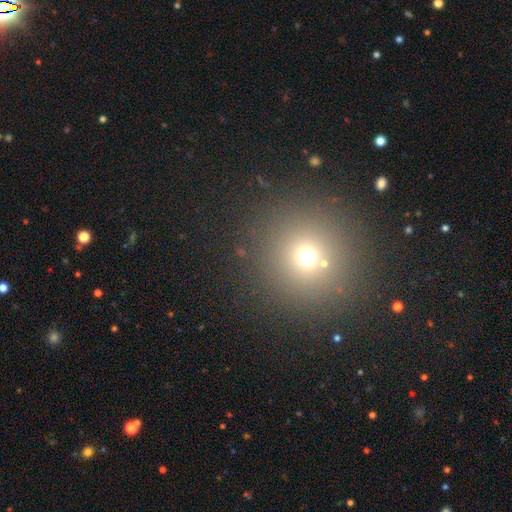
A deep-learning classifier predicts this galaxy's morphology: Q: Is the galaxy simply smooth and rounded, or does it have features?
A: smooth — 55%.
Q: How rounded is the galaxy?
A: round — 93%.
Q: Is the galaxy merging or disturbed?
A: none — 89%.